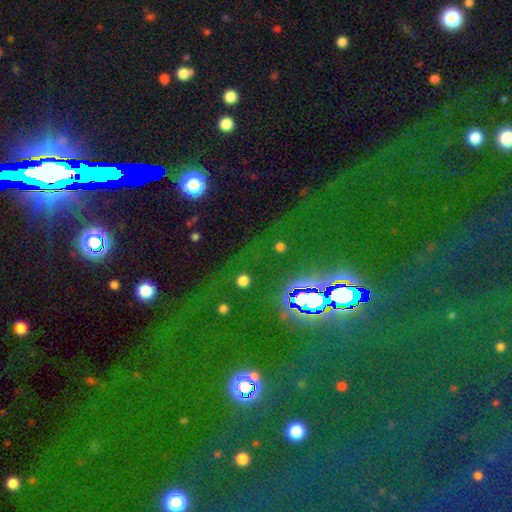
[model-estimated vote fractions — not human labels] Morphology: type=star or artifact (80%).